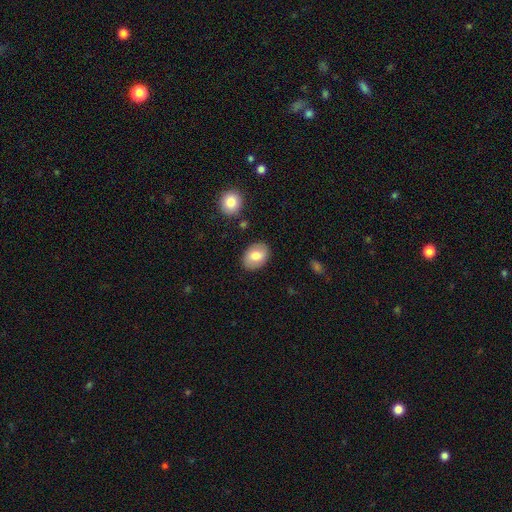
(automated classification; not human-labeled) Smooth or featured: smooth — 75% (featured or disk — 19%)
How rounded: in between — 74% (round — 25%)
Merging: none — 85% (minor disturbance — 10%)